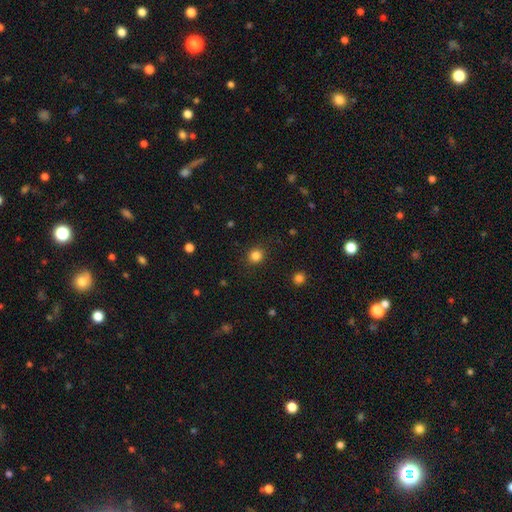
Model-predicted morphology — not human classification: Q: Smooth or featured?
A: smooth (84%); runner-up: star or artifact (12%)
Q: How rounded?
A: round (87%); runner-up: in between (12%)
Q: Merging?
A: none (89%); runner-up: minor disturbance (7%)